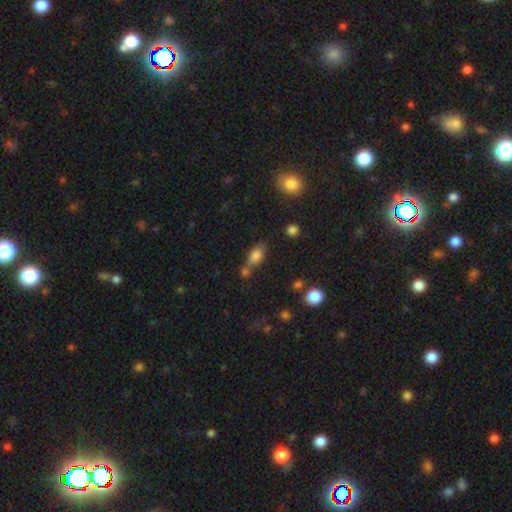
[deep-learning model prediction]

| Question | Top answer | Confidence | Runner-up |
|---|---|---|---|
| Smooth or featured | smooth | 79% | star or artifact (11%) |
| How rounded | in between | 84% | round (9%) |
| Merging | none | 47% | merger (31%) |